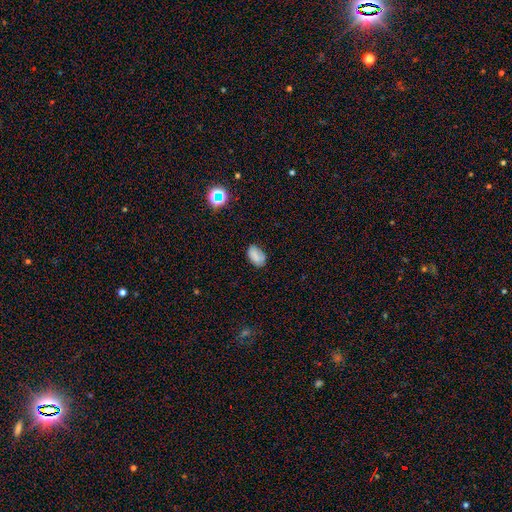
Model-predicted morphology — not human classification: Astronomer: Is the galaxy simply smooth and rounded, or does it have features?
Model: smooth — 77%.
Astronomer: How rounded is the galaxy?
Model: in between — 89%.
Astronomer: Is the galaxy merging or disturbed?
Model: none — 75%.